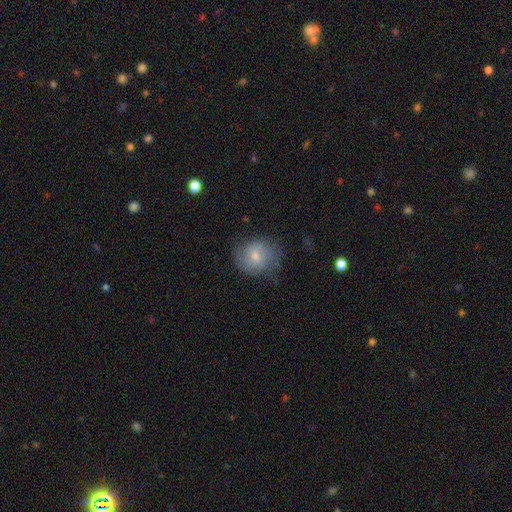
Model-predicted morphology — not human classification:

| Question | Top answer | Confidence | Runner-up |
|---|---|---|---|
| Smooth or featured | smooth | 63% | featured or disk (30%) |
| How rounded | round | 77% | in between (22%) |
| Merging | none | 63% | minor disturbance (25%) |